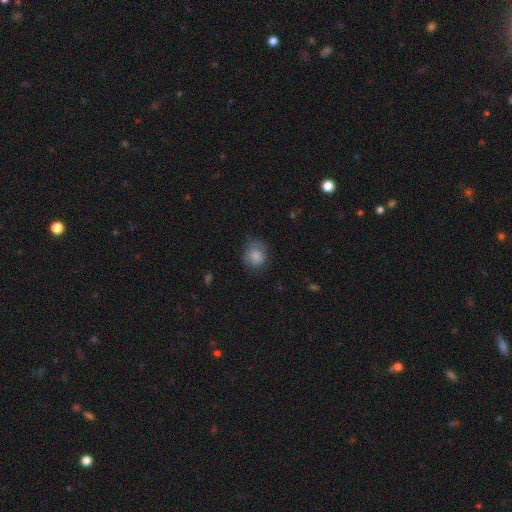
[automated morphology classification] smooth_or_featured: smooth (p=0.85) [alt: star or artifact p=0.09]
how_rounded: round (p=0.75) [alt: in between p=0.24]
merging: none (p=0.68) [alt: minor disturbance p=0.23]